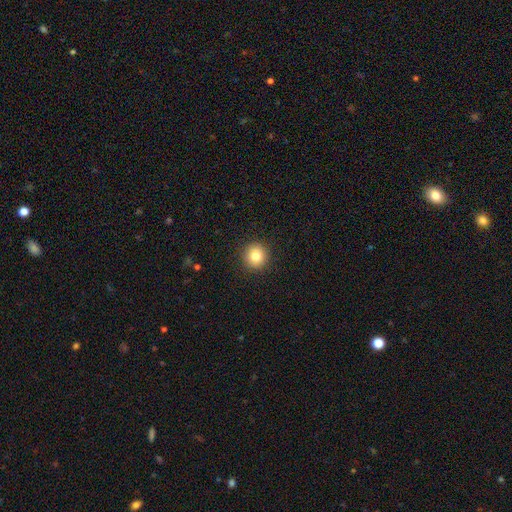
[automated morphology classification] type=smooth (82%); roundness=round (94%); merging=none (92%).